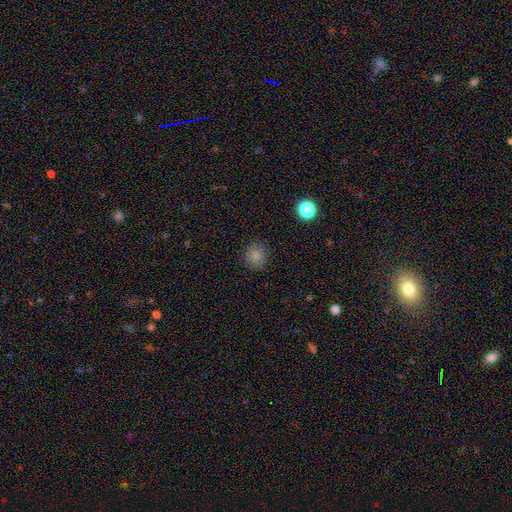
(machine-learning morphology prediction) A smooth galaxy with no disk features (82%) that is round (85%). Merging: none (87%).